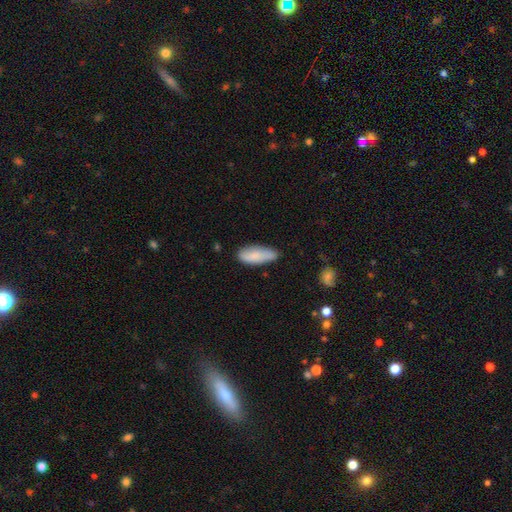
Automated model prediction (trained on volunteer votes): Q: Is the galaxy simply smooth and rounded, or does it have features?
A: smooth — 82%.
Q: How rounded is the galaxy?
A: in between — 67%.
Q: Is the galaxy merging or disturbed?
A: none — 73%.